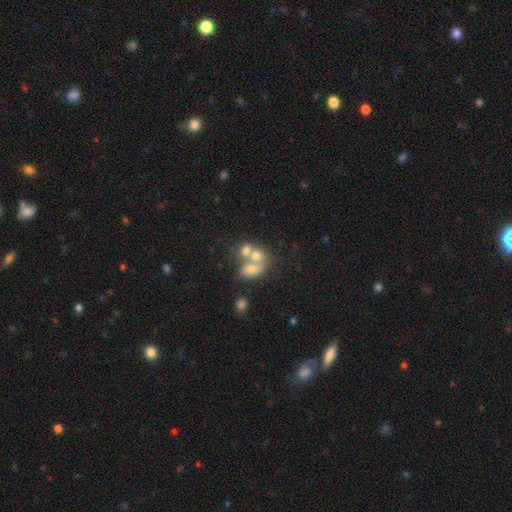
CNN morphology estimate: Smooth or featured? smooth (59%)
How rounded? round (54%)
Merging? merger (66%)